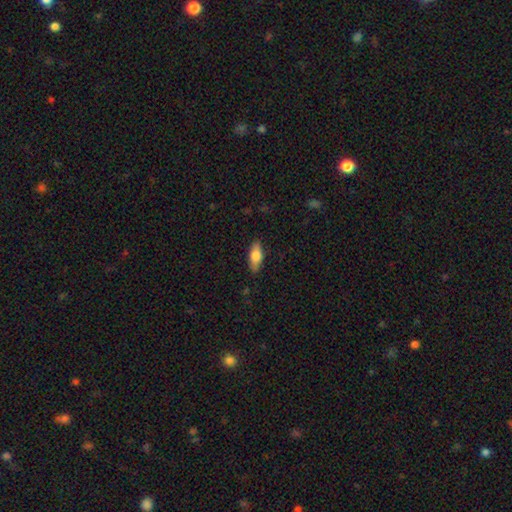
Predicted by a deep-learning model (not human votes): Morphology: type=smooth (71%); roundness=in between (75%); merging=none (86%).